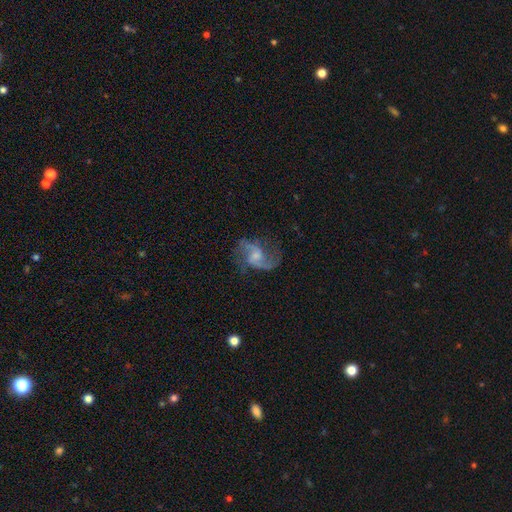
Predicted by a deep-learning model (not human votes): This appears to be a featured or disk galaxy (86%) with a weak bar (46%), 2 (88%) loose (57%) spiral arms (96%) and a small central bulge (43%). Merging: none (67%).